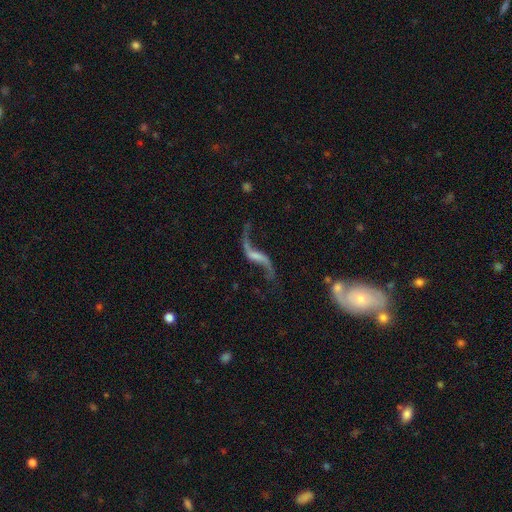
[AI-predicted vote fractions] This is clearly a featured or disk galaxy (88%). It is clearly not viewed edge-on (93%). Bar: marginally weak (41%). Spiral arm pattern: clearly yes (95%). Spiral arm count: clearly 2 (93%). Spiral winding: clearly loose (95%). Central bulge: possibly none (50%). Merging: likely none (67%).